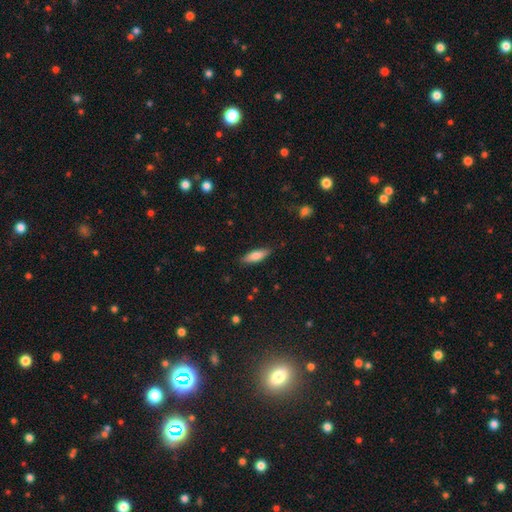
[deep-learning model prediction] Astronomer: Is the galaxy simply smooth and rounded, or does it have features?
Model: smooth — 74%.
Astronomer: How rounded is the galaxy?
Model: in between — 50% (runner-up: cigar-shaped, 48%).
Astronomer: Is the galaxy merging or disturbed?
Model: none — 85%.